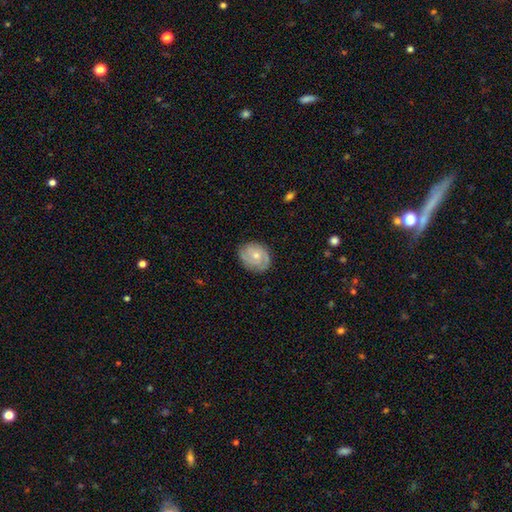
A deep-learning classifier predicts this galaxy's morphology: type=featured or disk (65%); edge-on=no (97%); bar=no (75%); spiral arms=yes (88%); winding=tight (59%); arm count=2 (42%); bulge=moderate (49%); merging=none (78%).